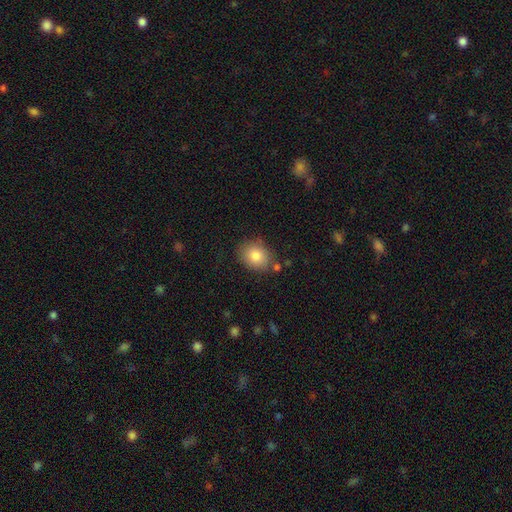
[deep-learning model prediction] Smooth or featured: smooth — 82% (featured or disk — 9%)
How rounded: round — 51% (in between — 48%)
Merging: none — 79% (minor disturbance — 13%)